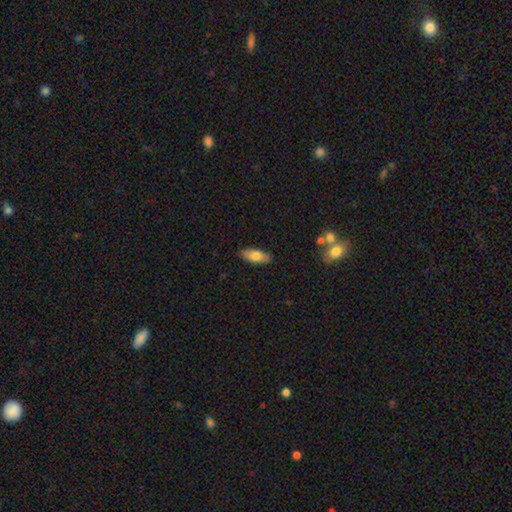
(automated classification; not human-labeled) smooth_or_featured: smooth (p=0.74) [alt: featured or disk p=0.20]
how_rounded: in between (p=0.79) [alt: cigar-shaped p=0.19]
merging: none (p=0.85) [alt: minor disturbance p=0.12]